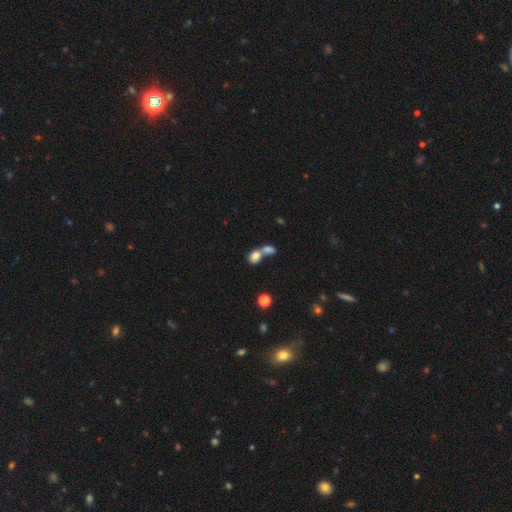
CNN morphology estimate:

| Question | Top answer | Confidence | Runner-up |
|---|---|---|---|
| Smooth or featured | smooth | 78% | featured or disk (12%) |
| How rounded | in between | 54% | round (43%) |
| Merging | merger | 67% | none (23%) |